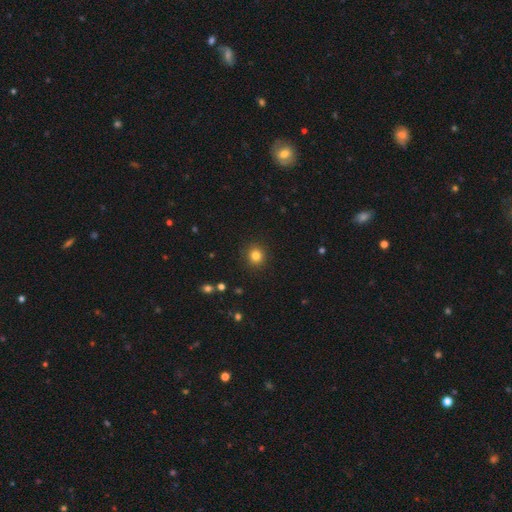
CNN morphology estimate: A smooth galaxy with no disk features (82%) that is round (91%).

Vote fractions:
- Smooth or featured? smooth: 82% / star or artifact: 12% / featured or disk: 5%
- How rounded? round: 91% / in between: 8% / cigar-shaped: 1%
- Merging? none: 91% / minor disturbance: 6% / major disturbance: 2% / merger: 1%